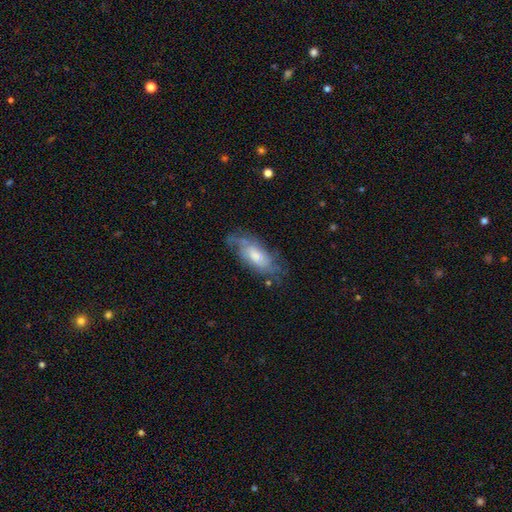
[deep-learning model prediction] Smooth or featured? Predicted: featured or disk (p=0.58). Edge-on disk? Predicted: no (p=0.88). Bar? Predicted: no (p=0.63). Spiral arms? Predicted: yes (p=0.78). Bulge size? Predicted: moderate (p=0.39). Merging? Predicted: none (p=0.55).